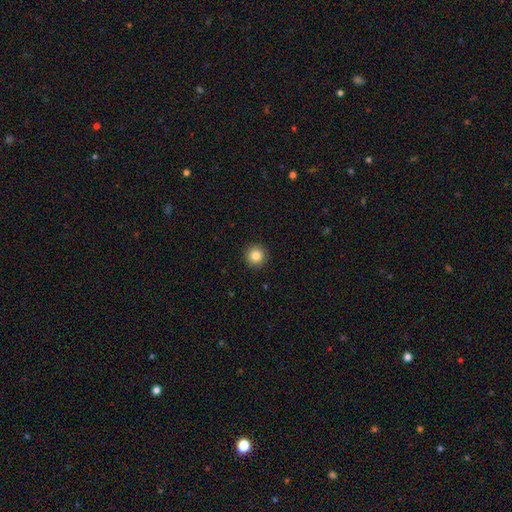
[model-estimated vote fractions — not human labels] This appears to be a smooth galaxy with no disk features (84%) that is round (95%). Merging: none (93%).